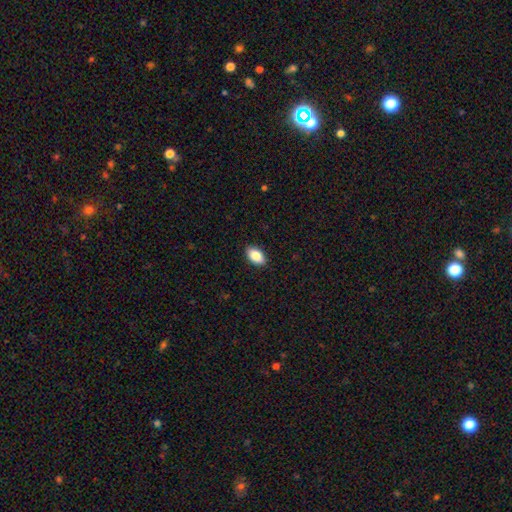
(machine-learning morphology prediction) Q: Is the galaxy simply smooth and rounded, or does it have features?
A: smooth — 87%.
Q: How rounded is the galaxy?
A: in between — 93%.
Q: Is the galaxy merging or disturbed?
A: none — 90%.